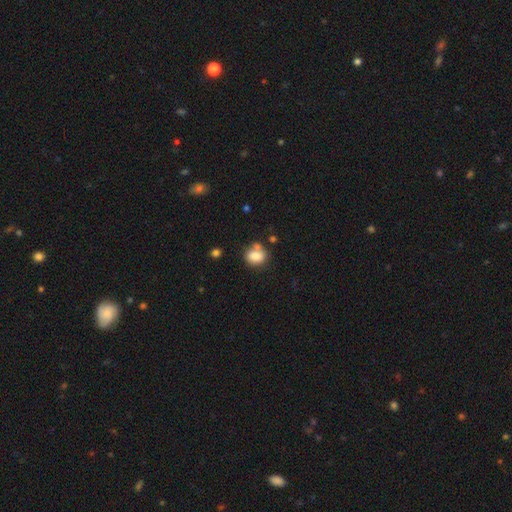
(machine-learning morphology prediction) Q: Smooth or featured?
A: smooth (81%); runner-up: featured or disk (9%)
Q: How rounded?
A: in between (53%); runner-up: round (46%)
Q: Merging?
A: none (50%); runner-up: merger (23%)